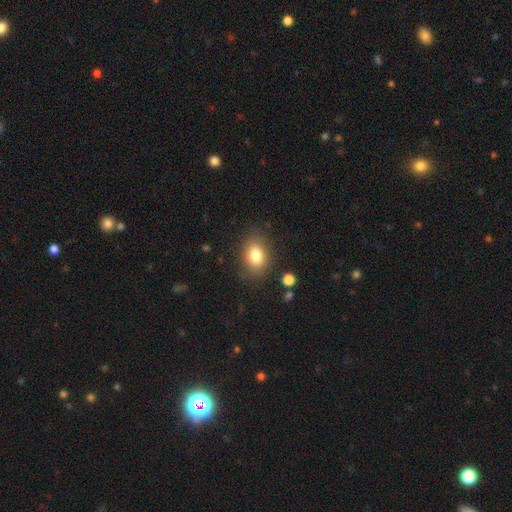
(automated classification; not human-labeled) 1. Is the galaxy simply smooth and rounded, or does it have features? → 81% smooth, 10% featured or disk, 9% star or artifact.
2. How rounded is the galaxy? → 77% in between, 22% round, 1% cigar-shaped.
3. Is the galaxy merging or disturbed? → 81% none, 13% minor disturbance, 4% major disturbance, 2% merger.